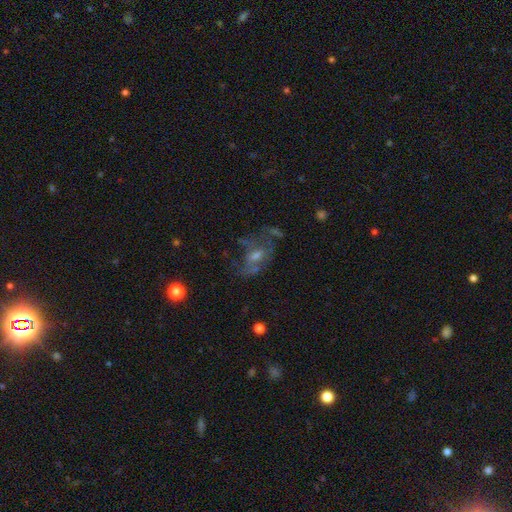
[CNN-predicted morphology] The model was most divided on "merging": none: 43%, major disturbance: 31%, minor disturbance: 19%, merger: 7%. Remaining: edge-on disk — no (93%); bar — no (64%); smooth or featured — featured or disk (58%); spiral arms — no (57%); bulge size — moderate (48%).